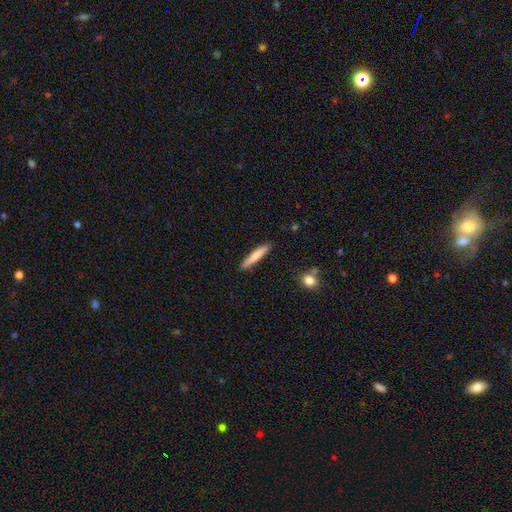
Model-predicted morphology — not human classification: type=smooth (76%); roundness=cigar-shaped (93%); merging=none (90%).